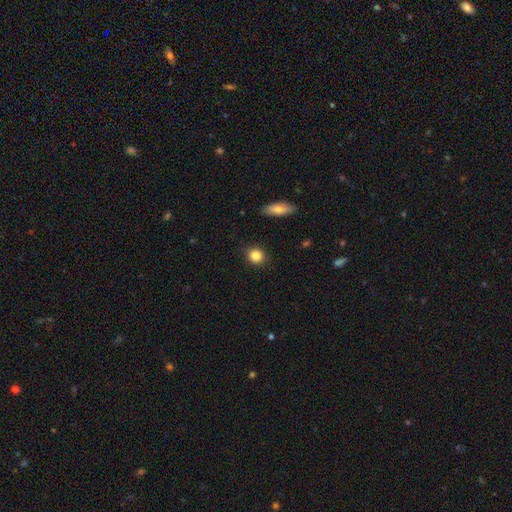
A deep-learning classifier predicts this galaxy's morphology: smooth_or_featured: smooth (p=0.85) [alt: star or artifact p=0.10]
how_rounded: round (p=0.82) [alt: in between p=0.17]
merging: none (p=0.88) [alt: minor disturbance p=0.08]